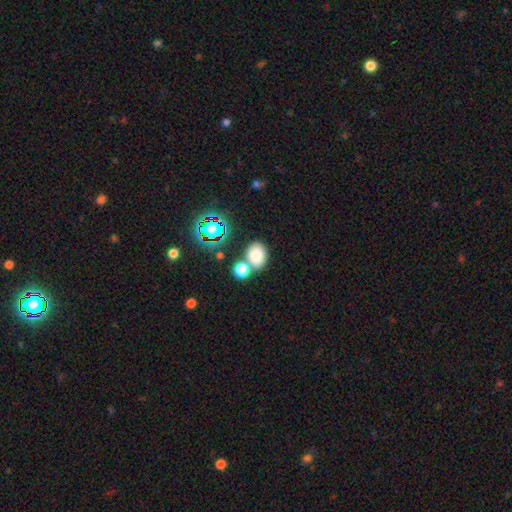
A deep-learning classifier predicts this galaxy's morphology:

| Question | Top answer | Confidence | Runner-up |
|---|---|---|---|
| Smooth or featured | smooth | 79% | star or artifact (14%) |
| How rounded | in between | 61% | round (38%) |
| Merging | none | 62% | merger (24%) |